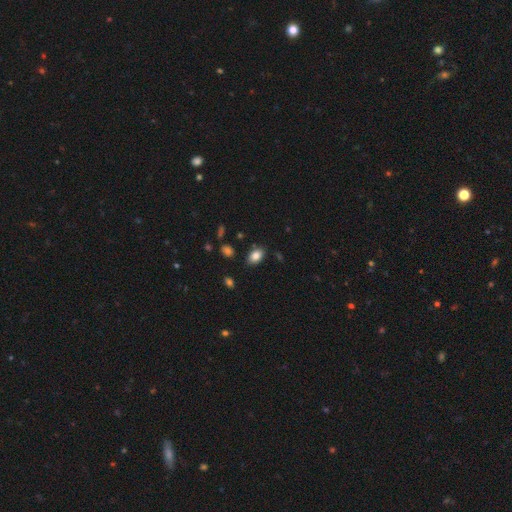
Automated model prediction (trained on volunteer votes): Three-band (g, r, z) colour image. It shows a smooth galaxy with no disk features (83%) that is in between round and cigar-shaped (87%). Merging: none (84%).